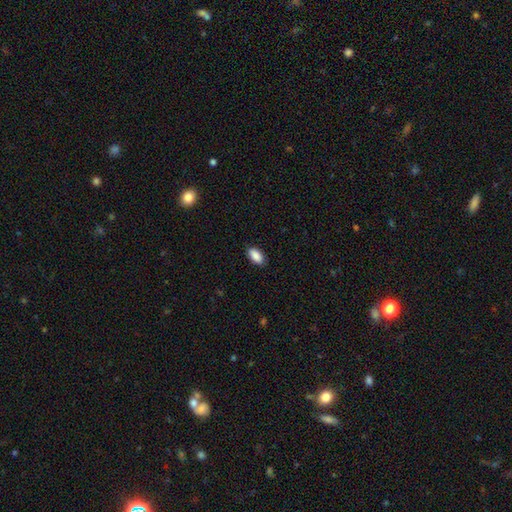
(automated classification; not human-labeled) This is clearly a smooth galaxy (89%). How rounded: clearly in between (92%). Merging: clearly none (86%).